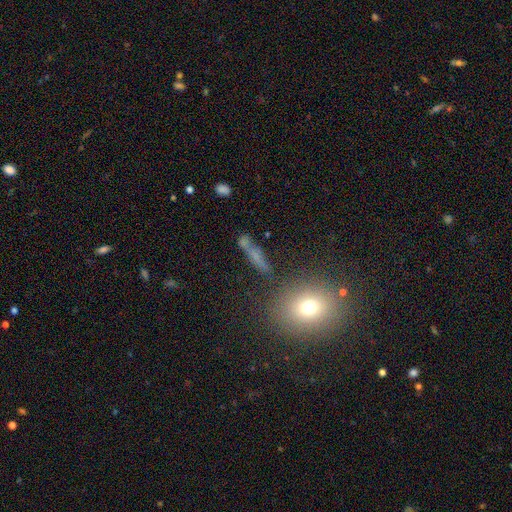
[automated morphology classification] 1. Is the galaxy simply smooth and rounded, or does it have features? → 55% smooth, 26% featured or disk, 19% star or artifact.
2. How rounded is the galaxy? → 70% cigar-shaped, 20% in between, 10% round.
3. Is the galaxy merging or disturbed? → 70% none, 14% minor disturbance, 10% merger, 6% major disturbance.